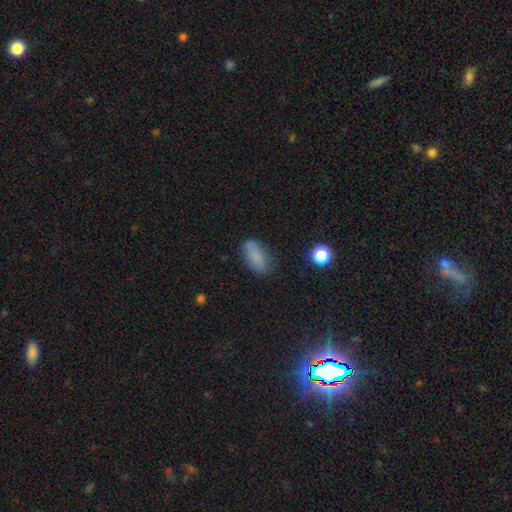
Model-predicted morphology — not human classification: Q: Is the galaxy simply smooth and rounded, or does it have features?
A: smooth — 79%.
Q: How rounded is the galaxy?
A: in between — 88%.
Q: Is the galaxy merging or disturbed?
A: none — 71%.